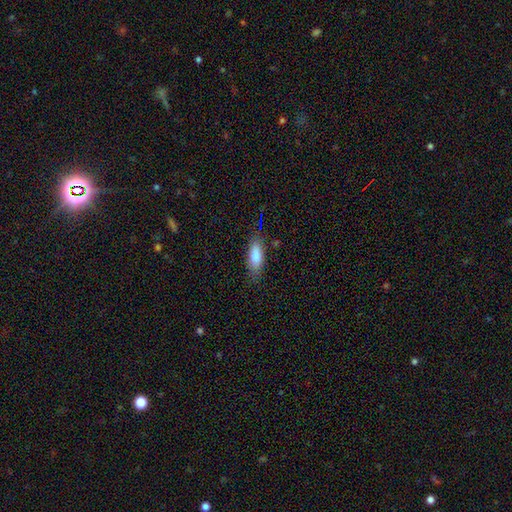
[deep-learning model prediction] Smooth or featured? Predicted: smooth (p=0.85). How rounded? Predicted: in between (p=0.68). Merging? Predicted: none (p=0.79).